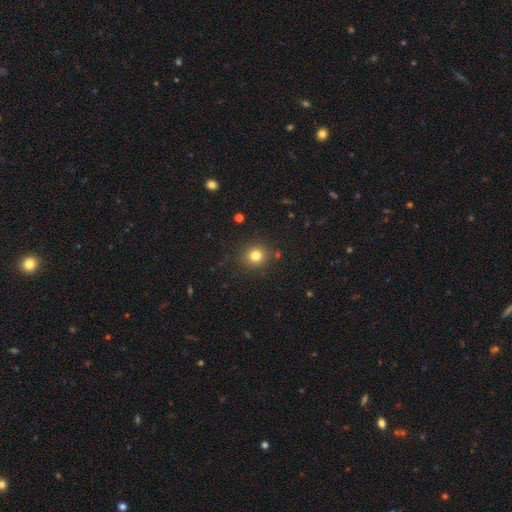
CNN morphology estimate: Smooth or featured? Predicted: smooth (p=0.79). How rounded? Predicted: round (p=0.88). Merging? Predicted: none (p=0.88).